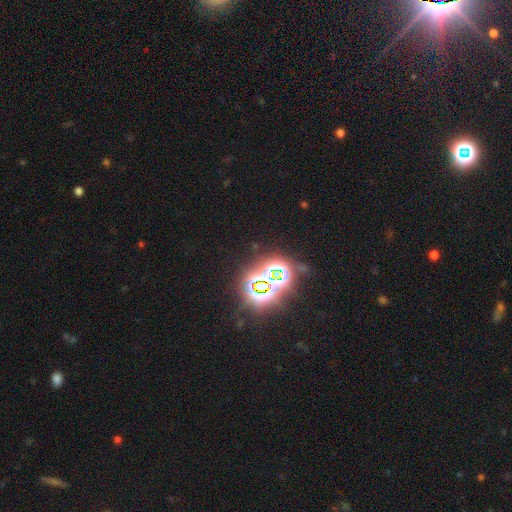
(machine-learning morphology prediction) Smooth or featured? Predicted: star or artifact (p=0.75).